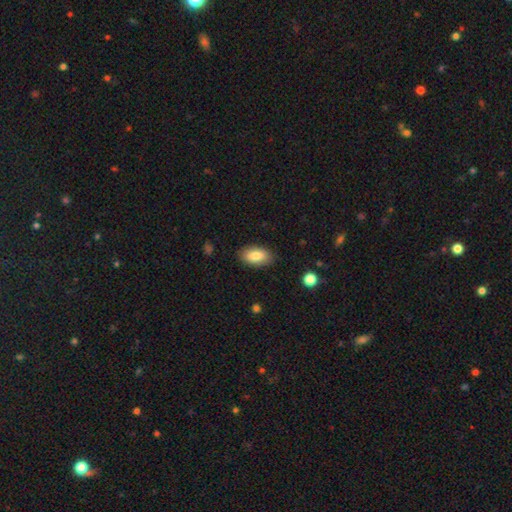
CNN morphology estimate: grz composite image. It shows a smooth galaxy with no disk features (83%) that is in between round and cigar-shaped (92%). Merging: none (86%).